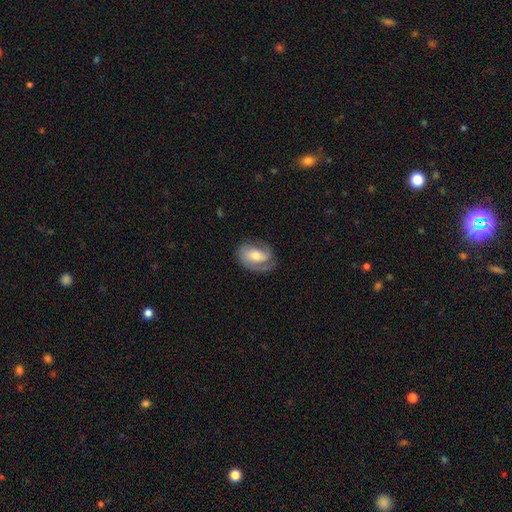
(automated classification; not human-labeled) This is likely a featured or disk galaxy (67%). It is clearly not viewed edge-on (96%). Bar: possibly no (46%). Spiral arm pattern: clearly yes (88%). Spiral arm count: possibly 2 (56%). Spiral winding: marginally tight (41%). Central bulge: likely moderate (64%). Merging: likely none (66%).